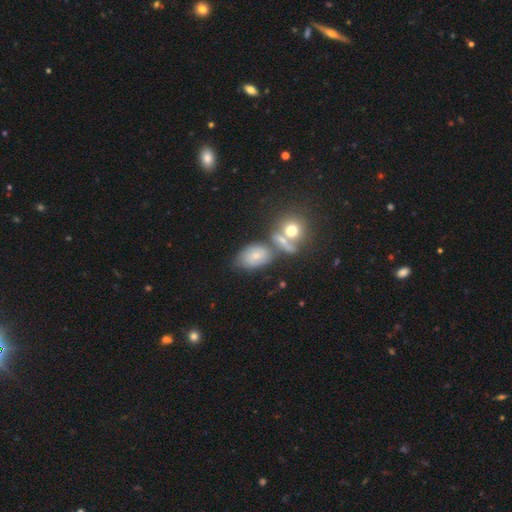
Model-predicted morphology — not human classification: smooth_or_featured: smooth (p=0.48) [alt: featured or disk p=0.39]
merging: none (p=0.46) [alt: merger p=0.27]